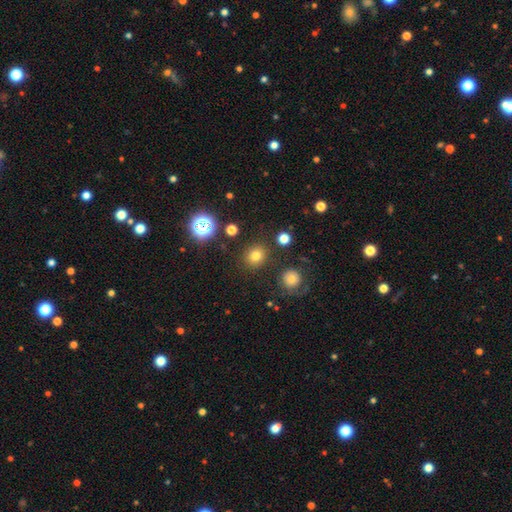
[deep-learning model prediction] Smooth or featured: smooth — 74% (star or artifact — 19%)
How rounded: round — 83% (in between — 16%)
Merging: none — 87% (minor disturbance — 7%)